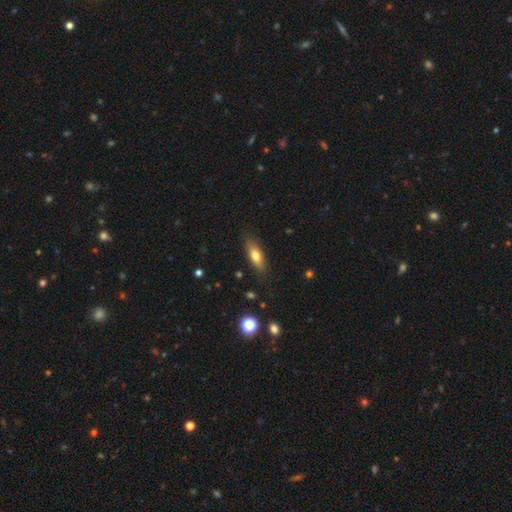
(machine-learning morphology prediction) This appears to be a smooth galaxy with no disk features (67%) that is in between round and cigar-shaped (57%). Merging: none (83%).